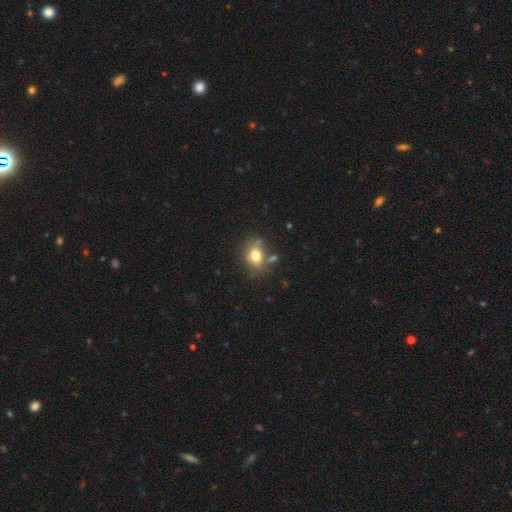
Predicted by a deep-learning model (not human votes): Q: Smooth or featured?
A: smooth (76%); runner-up: featured or disk (13%)
Q: How rounded?
A: in between (59%); runner-up: round (40%)
Q: Merging?
A: none (66%); runner-up: minor disturbance (17%)